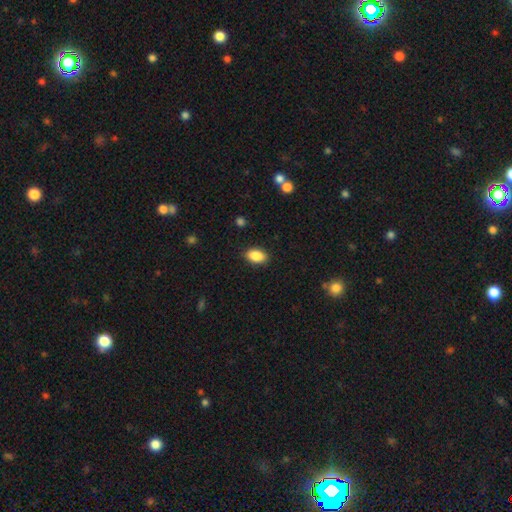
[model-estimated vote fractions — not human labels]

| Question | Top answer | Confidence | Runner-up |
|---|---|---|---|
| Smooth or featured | smooth | 88% | star or artifact (8%) |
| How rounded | in between | 90% | round (8%) |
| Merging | none | 88% | minor disturbance (9%) |